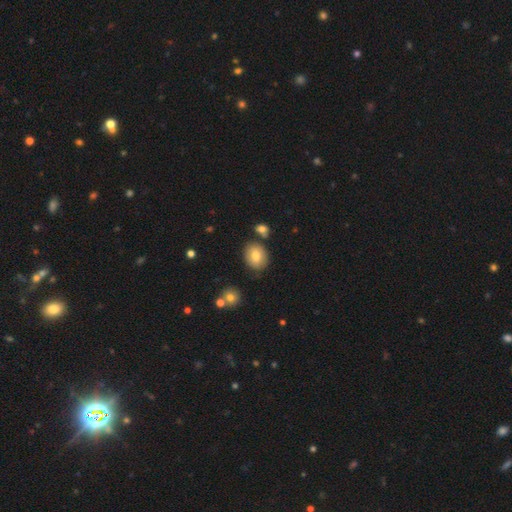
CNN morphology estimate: This appears to be a smooth galaxy with no disk features (79%) that is round (55%). Merging: none (77%).